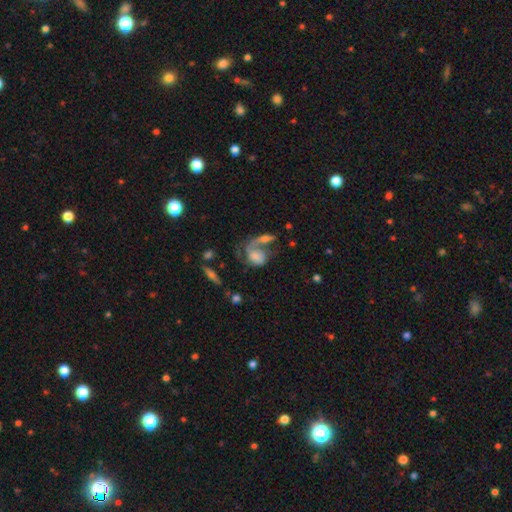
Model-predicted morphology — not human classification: smooth_or_featured: featured or disk (p=0.56) [alt: smooth p=0.33]
disk_edge_on: no (p=0.95) [alt: yes p=0.05]
bar: no (p=0.73) [alt: weak p=0.21]
has_spiral_arms: yes (p=0.74) [alt: no p=0.26]
bulge_size: moderate (p=0.30) [alt: small p=0.27]
merging: merger (p=0.42) [alt: none p=0.25]